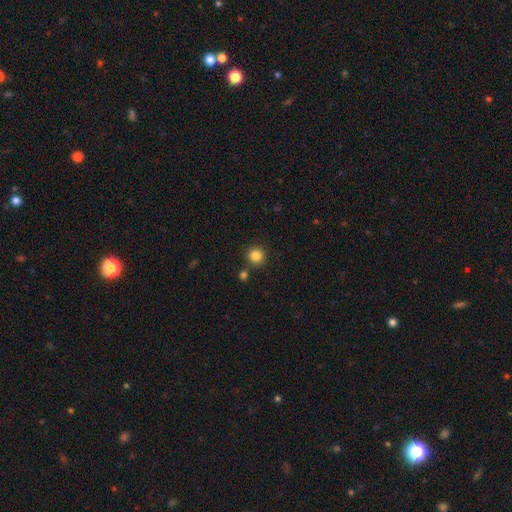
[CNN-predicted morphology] Q: Smooth or featured?
A: smooth (84%); runner-up: star or artifact (12%)
Q: How rounded?
A: round (94%); runner-up: in between (5%)
Q: Merging?
A: none (84%); runner-up: minor disturbance (7%)